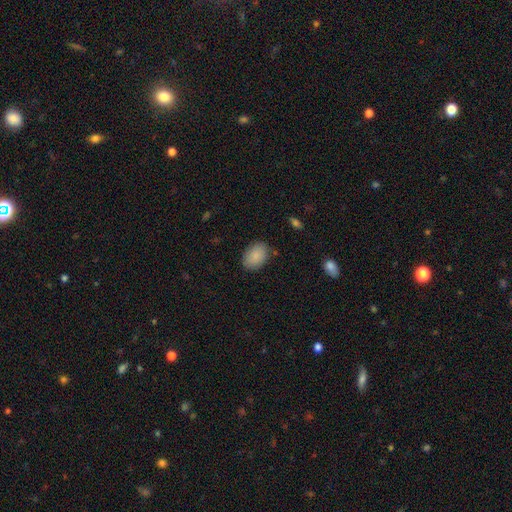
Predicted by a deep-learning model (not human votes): The model was most divided on "how rounded": in between: 81%, round: 18%, cigar-shaped: 1%. More confident: smooth or featured — smooth (87%); merging — none (84%).